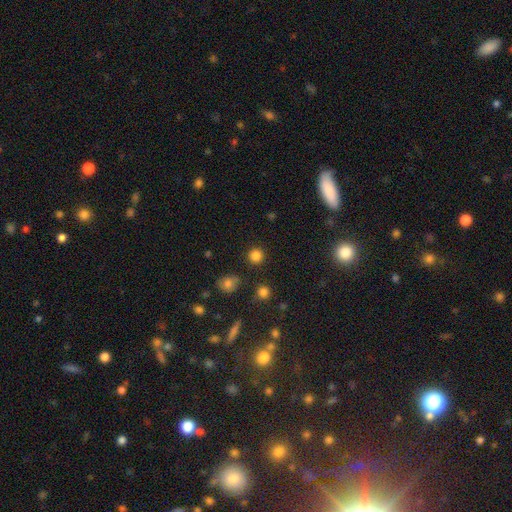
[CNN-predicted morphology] Smooth or featured? Predicted: smooth (p=0.82). How rounded? Predicted: round (p=0.94). Merging? Predicted: none (p=0.89).